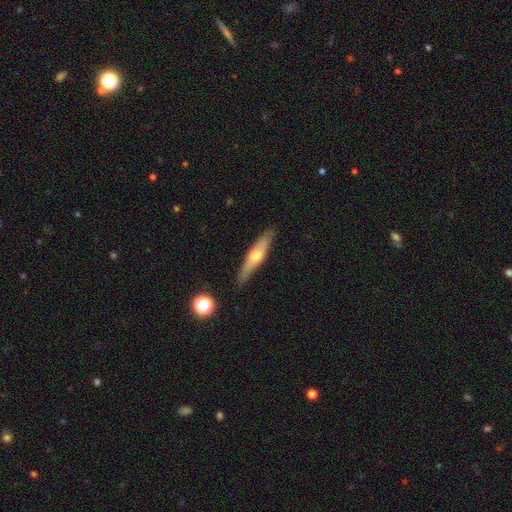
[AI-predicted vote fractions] featured or disk 53%, smooth 41%, star or artifact 6%. Down the decision tree: edge-on disk — yes (90%); merging — none (83%).